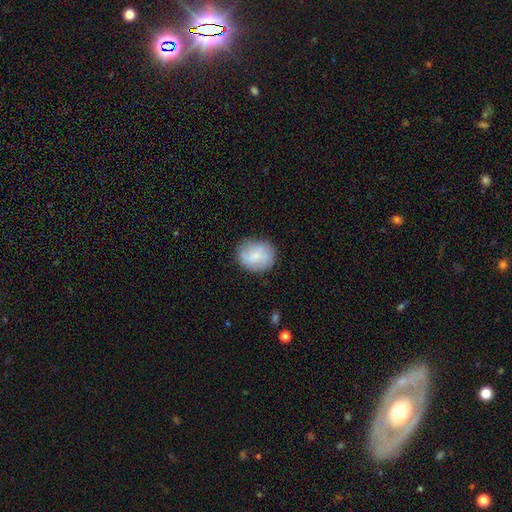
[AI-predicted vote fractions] Smooth or featured? smooth (67%)
How rounded? round (72%)
Merging? none (77%)